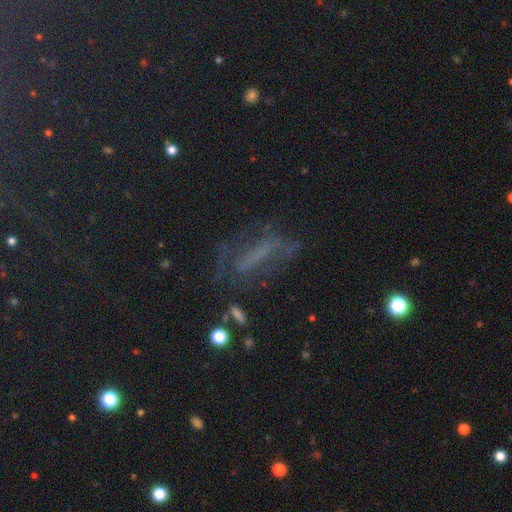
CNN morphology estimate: A featured or disk galaxy (38%). Merging: none (51%).